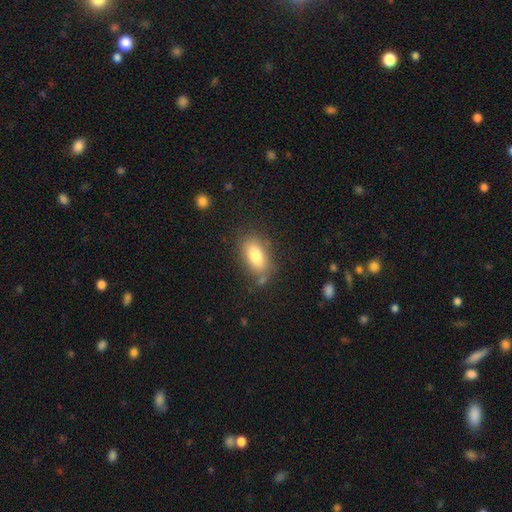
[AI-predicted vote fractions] smooth_or_featured: smooth (p=0.81) [alt: featured or disk p=0.11]
how_rounded: in between (p=0.89) [alt: cigar-shaped p=0.06]
merging: none (p=0.74) [alt: minor disturbance p=0.16]